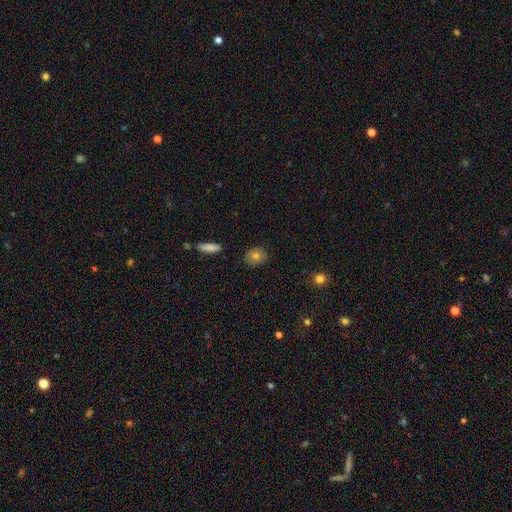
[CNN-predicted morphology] Smooth or featured: smooth — 77% (featured or disk — 14%)
How rounded: round — 65% (in between — 33%)
Merging: none — 86% (minor disturbance — 10%)